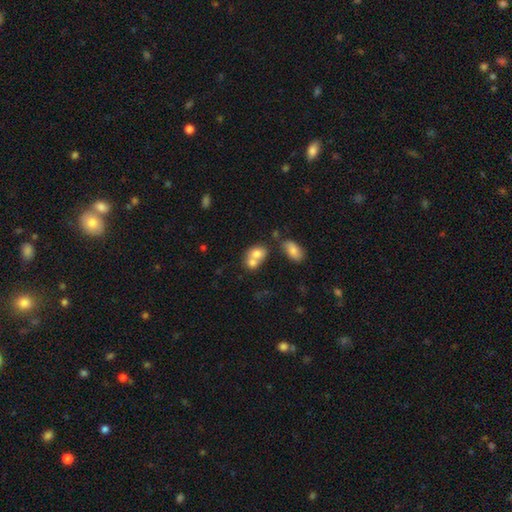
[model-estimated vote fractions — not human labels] Q: Smooth or featured?
A: smooth (72%); runner-up: featured or disk (18%)
Q: How rounded?
A: in between (57%); runner-up: round (42%)
Q: Merging?
A: merger (63%); runner-up: none (25%)